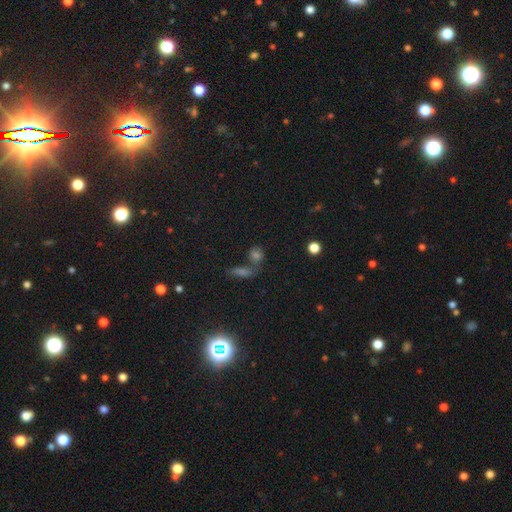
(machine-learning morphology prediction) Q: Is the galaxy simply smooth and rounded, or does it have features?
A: smooth — 51%.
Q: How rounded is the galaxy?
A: round — 46%.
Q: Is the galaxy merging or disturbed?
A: none — 46%.